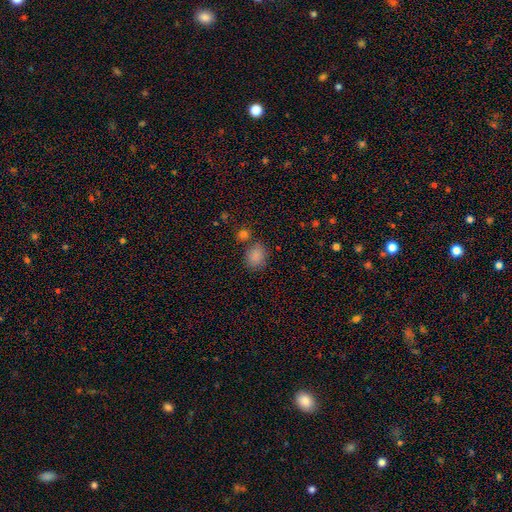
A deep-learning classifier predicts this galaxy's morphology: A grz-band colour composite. It shows a smooth galaxy with no disk features (85%) that is round (53%). Merging: none (74%).